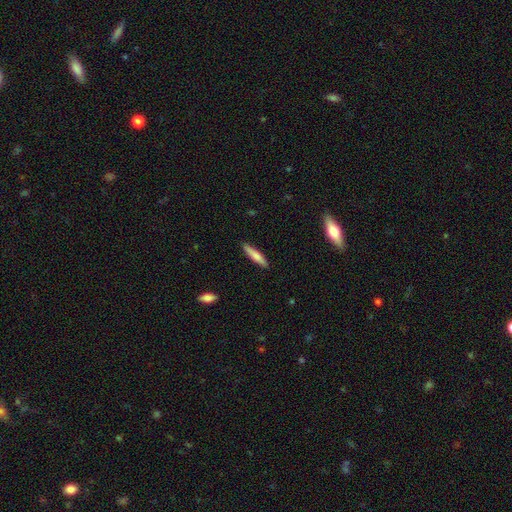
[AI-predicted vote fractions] Overall: smooth (70%). How rounded: cigar-shaped (87%). Merging: none (89%).